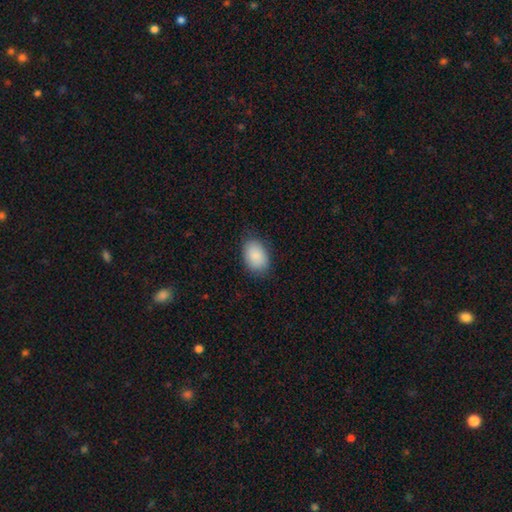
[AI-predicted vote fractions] Q: Smooth or featured?
A: smooth (89%); runner-up: star or artifact (6%)
Q: How rounded?
A: in between (87%); runner-up: round (12%)
Q: Merging?
A: none (81%); runner-up: minor disturbance (14%)